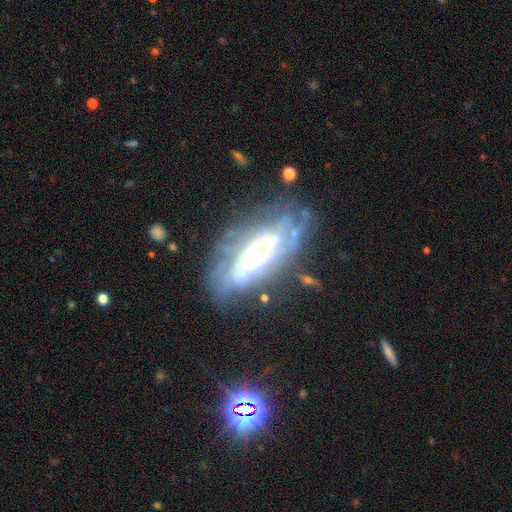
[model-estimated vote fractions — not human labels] Q: Smooth or featured?
A: featured or disk (76%); runner-up: smooth (15%)
Q: Edge-on disk?
A: no (86%); runner-up: yes (14%)
Q: Bar?
A: no (51%); runner-up: weak (28%)
Q: Spiral arms?
A: yes (72%); runner-up: no (28%)
Q: Bulge size?
A: moderate (39%); runner-up: small (25%)
Q: Merging?
A: none (61%); runner-up: minor disturbance (21%)